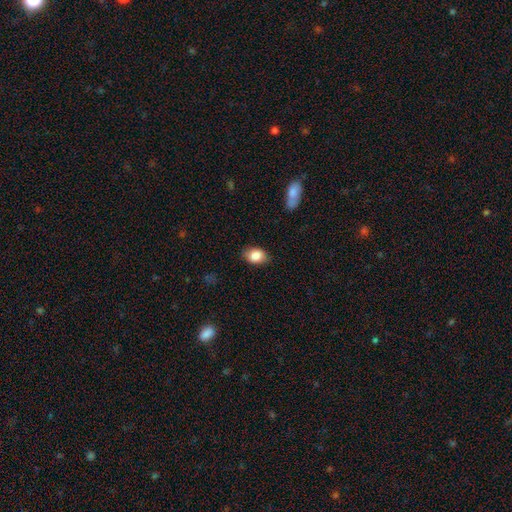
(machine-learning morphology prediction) A smooth galaxy with no disk features (85%) that is in between round and cigar-shaped (81%).

Vote fractions:
- Smooth or featured? smooth: 85% / featured or disk: 7% / star or artifact: 7%
- How rounded? in between: 81% / round: 18% / cigar-shaped: 1%
- Merging? none: 82% / minor disturbance: 14% / major disturbance: 3% / merger: 1%